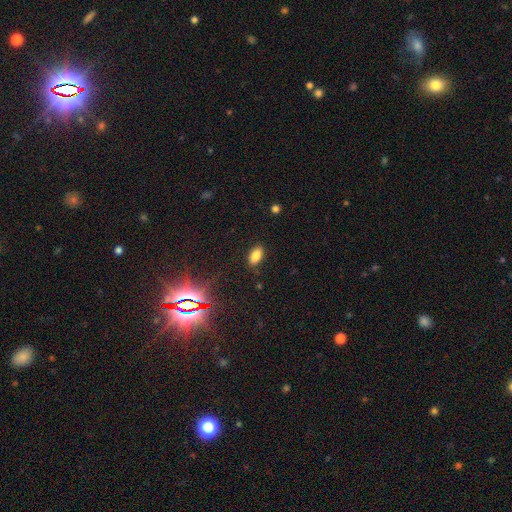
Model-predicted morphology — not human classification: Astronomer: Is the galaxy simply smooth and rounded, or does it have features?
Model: smooth — 82%.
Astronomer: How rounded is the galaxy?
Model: in between — 92%.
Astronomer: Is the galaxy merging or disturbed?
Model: none — 86%.